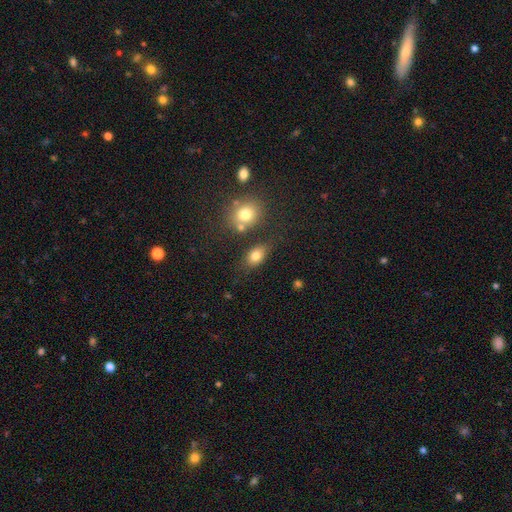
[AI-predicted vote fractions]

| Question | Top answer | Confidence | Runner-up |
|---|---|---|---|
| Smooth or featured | smooth | 79% | star or artifact (12%) |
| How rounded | in between | 78% | round (20%) |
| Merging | none | 72% | minor disturbance (13%) |